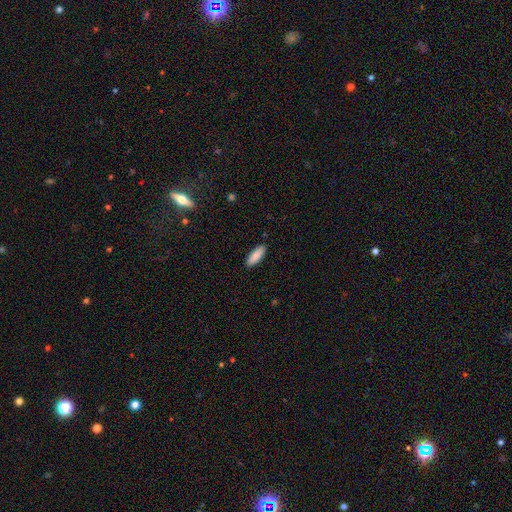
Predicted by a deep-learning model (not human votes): Morphology: type=smooth (88%); roundness=in between (63%); merging=none (90%).